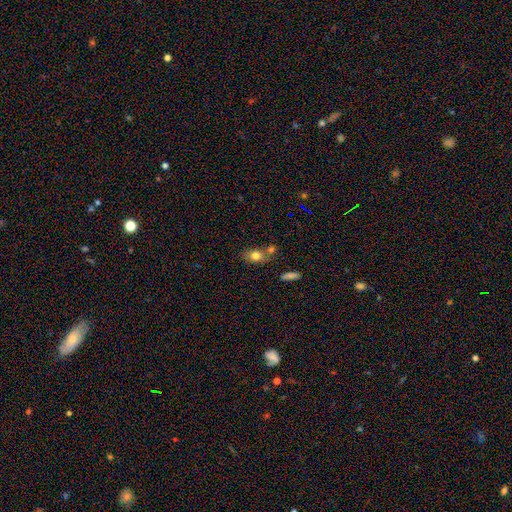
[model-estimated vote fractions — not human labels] Smooth or featured? Predicted: smooth (p=0.77). How rounded? Predicted: in between (p=0.72). Merging? Predicted: none (p=0.55).